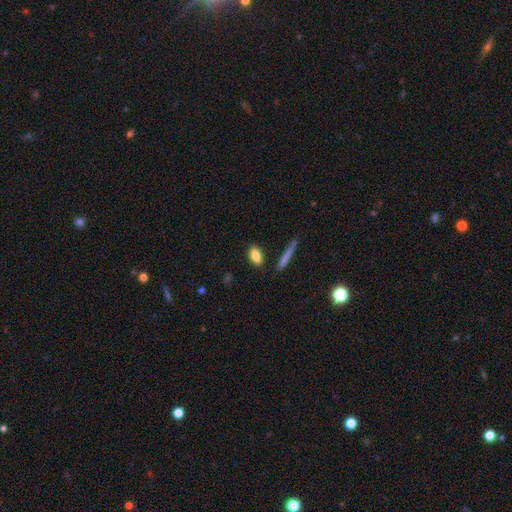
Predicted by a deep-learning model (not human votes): Morphology: type=smooth (86%); roundness=in between (82%); merging=none (84%).